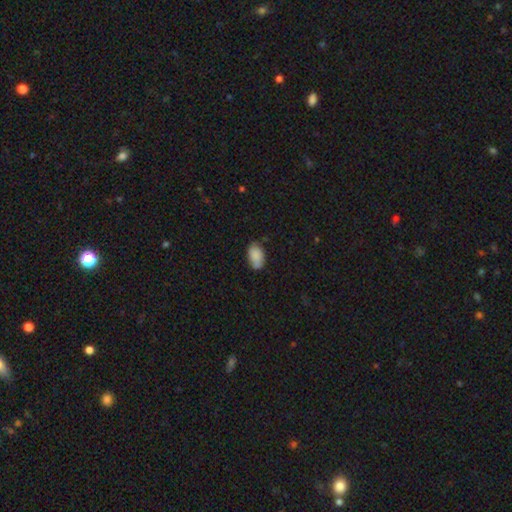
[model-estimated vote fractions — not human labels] smooth_or_featured: smooth (p=0.84) [alt: featured or disk p=0.09]
how_rounded: in between (p=0.91) [alt: round p=0.08]
merging: none (p=0.69) [alt: minor disturbance p=0.23]